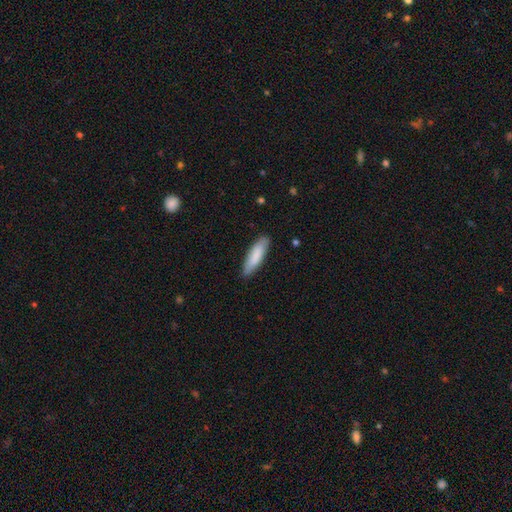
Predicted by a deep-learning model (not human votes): A smooth galaxy with no disk features (84%) that is cigar-shaped (63%). Merging: none (86%).